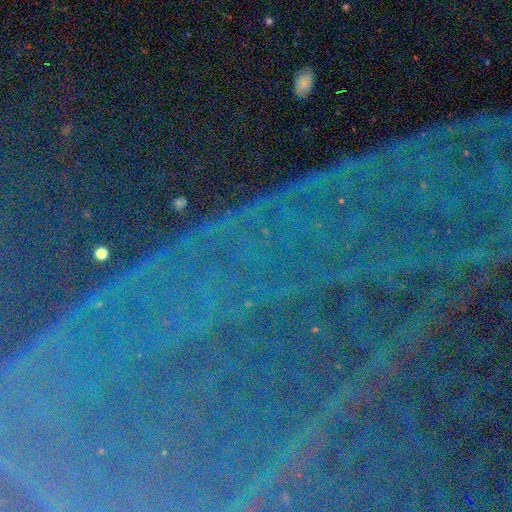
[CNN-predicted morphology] smooth_or_featured: star or artifact (p=0.87) [alt: featured or disk p=0.07]